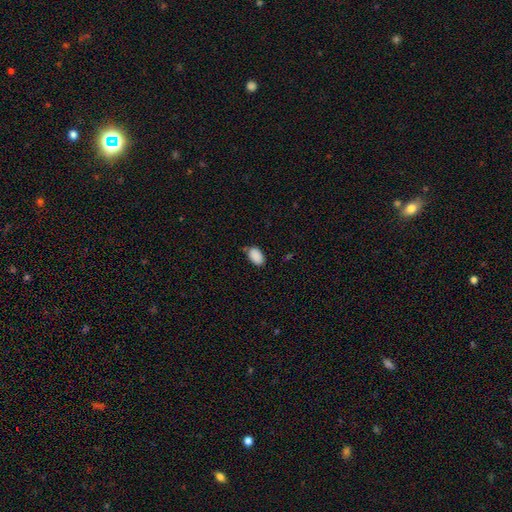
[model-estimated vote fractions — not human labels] The model was most divided on "merging": none: 74%, minor disturbance: 19%, major disturbance: 4%, merger: 3%. More confident: how rounded — in between (92%); smooth or featured — smooth (89%).